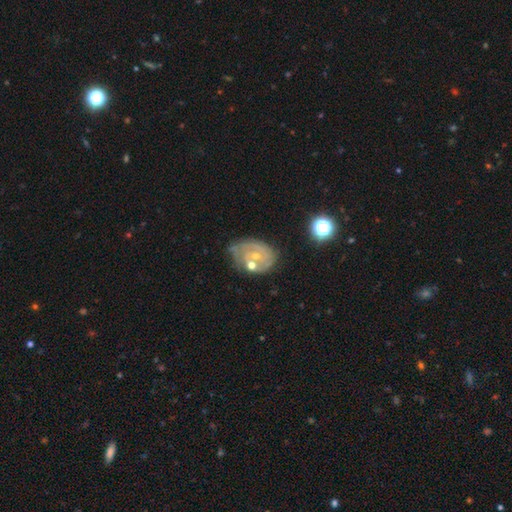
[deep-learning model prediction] A featured or disk galaxy (72%) with no bar (67%), tight (63%) spiral arms (80%) and a small central bulge (63%).

Vote fractions:
- Smooth or featured? featured or disk: 72% / smooth: 17% / star or artifact: 11%
- Edge-on disk? no: 97% / yes: 3%
- Bar? no: 67% / weak: 27% / strong: 6%
- Spiral arms? yes: 80% / no: 20%
- Spiral winding? tight: 63% / medium: 27% / loose: 10%
- Spiral arm count? can't tell: 41% / 2: 33% / 3: 10% / 1: 8% / 4: 4% / more than 4: 4%
- Bulge size? small: 63% / moderate: 32% / none: 3% / large: 1% / dominant: 1%
- Merging? none: 54% / minor disturbance: 24% / major disturbance: 12% / merger: 10%